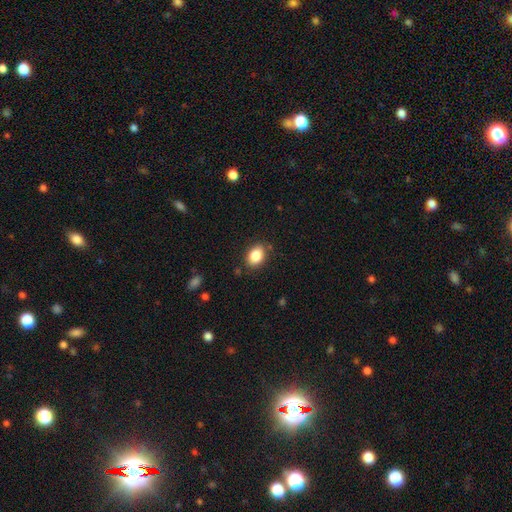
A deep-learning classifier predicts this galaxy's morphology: type=smooth (86%); roundness=in between (74%); merging=none (84%).